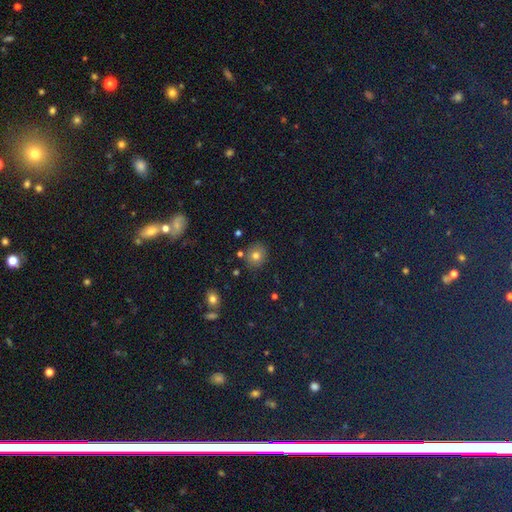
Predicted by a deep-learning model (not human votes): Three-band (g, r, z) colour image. It shows a smooth galaxy with no disk features (74%) that is round (77%). Merging: none (83%).